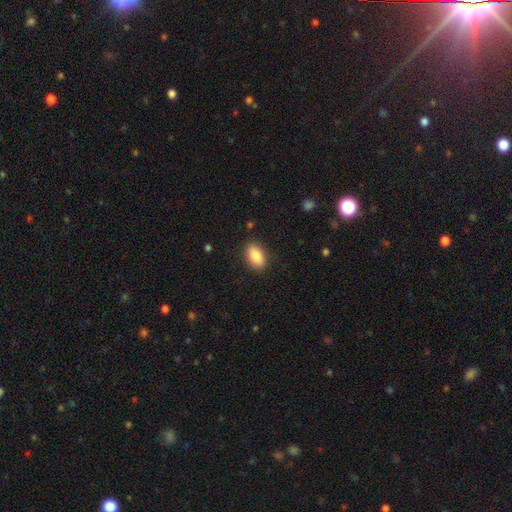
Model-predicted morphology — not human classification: smooth_or_featured: smooth (p=0.88) [alt: star or artifact p=0.07]
how_rounded: in between (p=0.92) [alt: round p=0.04]
merging: none (p=0.88) [alt: minor disturbance p=0.09]